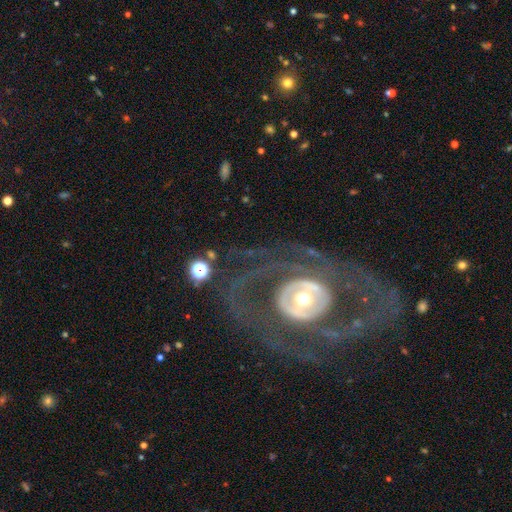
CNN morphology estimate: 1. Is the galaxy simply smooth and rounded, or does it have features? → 79% featured or disk, 13% smooth, 8% star or artifact.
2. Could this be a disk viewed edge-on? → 95% no, 5% yes.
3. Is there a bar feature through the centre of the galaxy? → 67% no, 19% weak, 14% strong.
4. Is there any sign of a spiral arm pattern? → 57% yes, 43% no.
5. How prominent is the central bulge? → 50% moderate, 33% small, 12% large, 3% dominant, 2% none.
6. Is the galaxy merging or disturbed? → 71% none, 15% major disturbance, 11% minor disturbance, 2% merger.